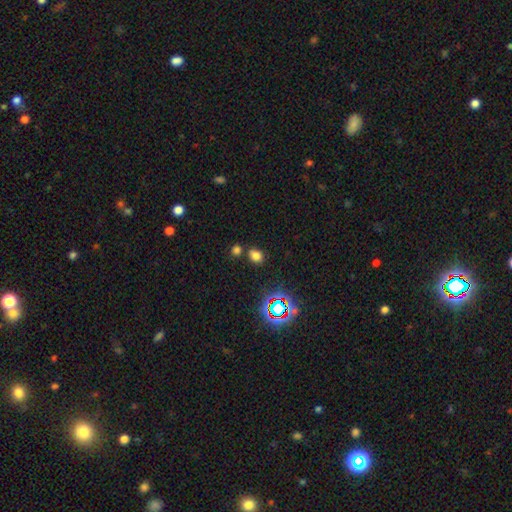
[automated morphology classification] A smooth galaxy with no disk features (70%) that is round (50%).

Vote fractions:
- Smooth or featured? smooth: 70% / star or artifact: 23% / featured or disk: 6%
- How rounded? round: 50% / in between: 49% / cigar-shaped: 1%
- Merging? none: 71% / merger: 16% / minor disturbance: 10% / major disturbance: 3%